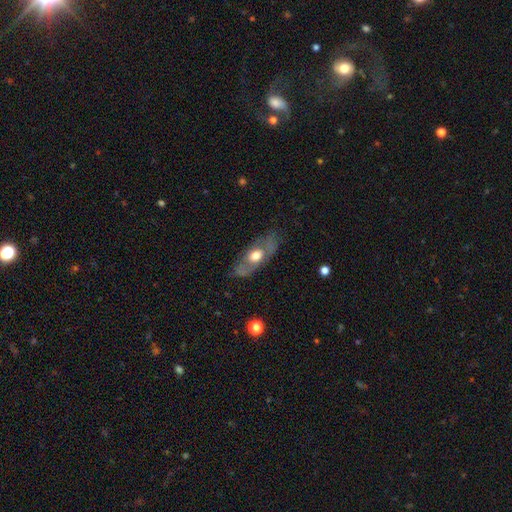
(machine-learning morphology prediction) Smooth or featured? Predicted: featured or disk (p=0.51). Edge-on disk? Predicted: no (p=0.69). Merging? Predicted: none (p=0.72).